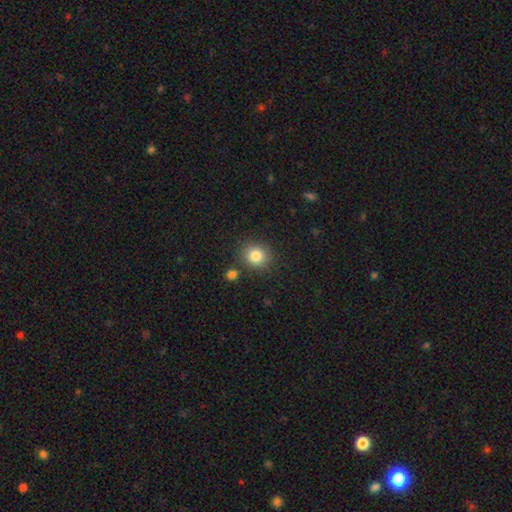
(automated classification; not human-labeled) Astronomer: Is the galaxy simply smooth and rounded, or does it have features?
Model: smooth — 83%.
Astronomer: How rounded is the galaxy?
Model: round — 85%.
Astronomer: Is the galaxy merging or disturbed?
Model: none — 83%.